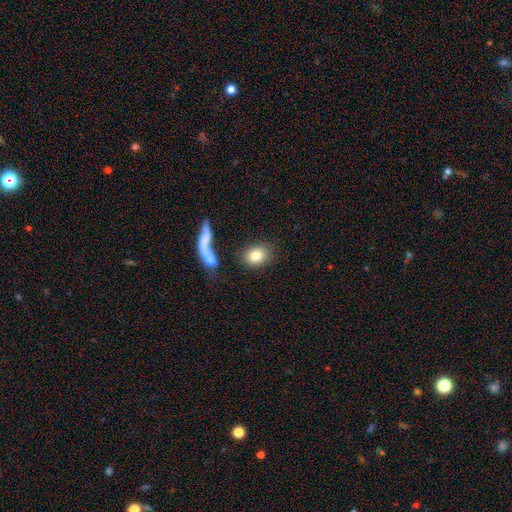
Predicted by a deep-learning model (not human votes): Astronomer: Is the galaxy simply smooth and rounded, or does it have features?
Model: smooth — 81%.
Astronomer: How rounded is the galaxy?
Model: in between — 50% (runner-up: round, 47%).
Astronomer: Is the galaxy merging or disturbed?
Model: none — 71%.